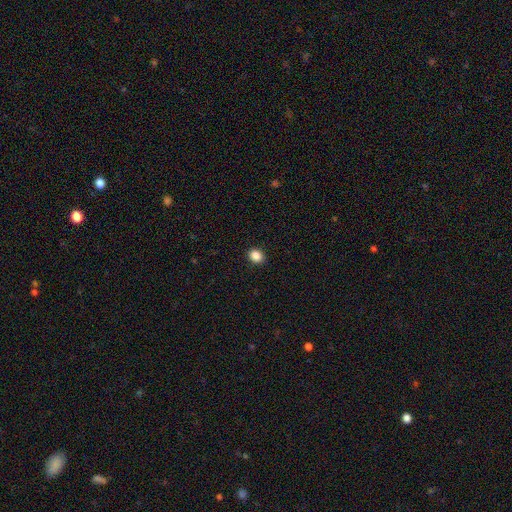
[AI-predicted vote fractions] Smooth or featured? Predicted: smooth (p=0.88). How rounded? Predicted: round (p=0.51). Merging? Predicted: none (p=0.91).